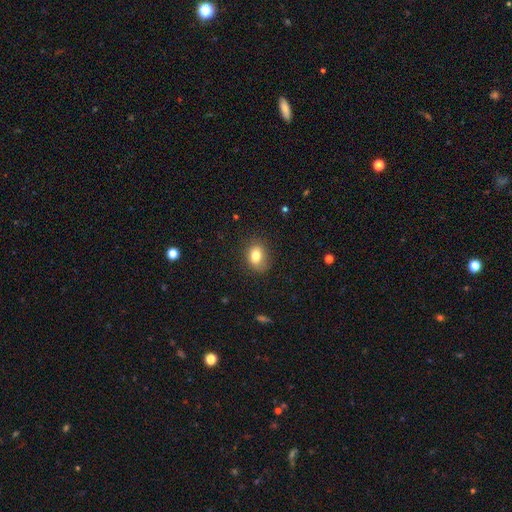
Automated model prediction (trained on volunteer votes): Smooth or featured? Predicted: smooth (p=0.79). How rounded? Predicted: in between (p=0.63). Merging? Predicted: none (p=0.80).